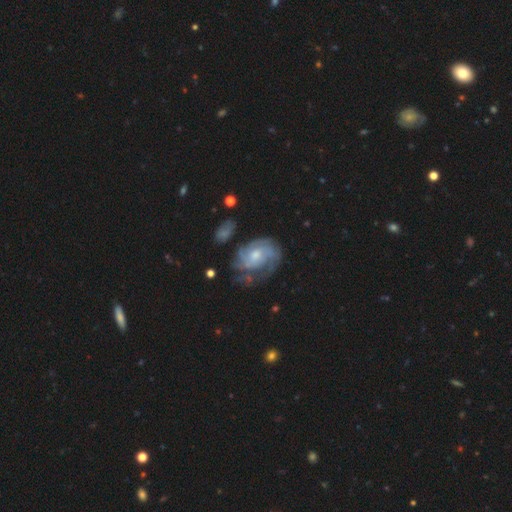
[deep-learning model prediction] smooth-or-featured: featured or disk: 82% | smooth: 13% | star or artifact: 6%
  disk-edge-on: no: 97% | yes: 3%
    bar: no: 63% | weak: 32% | strong: 5%
    has-spiral-arms: yes: 92% | no: 8%
      spiral-winding: tight: 53% | medium: 35% | loose: 12%
      spiral-arm-count: can't tell: 37% | 2: 23% | 3: 21% | 4: 9% | 1: 6% | more than 4: 5%
    bulge-size: moderate: 52% | small: 37% | large: 5% | none: 4% | dominant: 1%
  merging: none: 54% | minor disturbance: 24% | major disturbance: 17% | merger: 5%